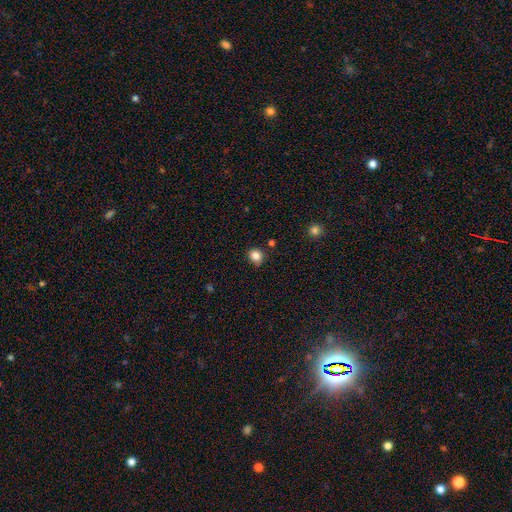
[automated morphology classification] type=smooth (84%); roundness=round (79%); merging=none (80%).